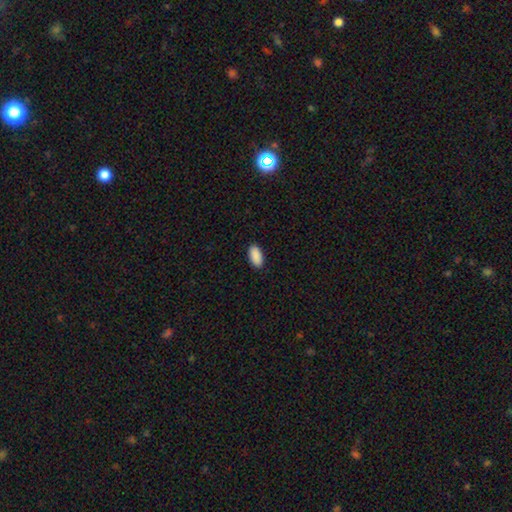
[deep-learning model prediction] A smooth galaxy with no disk features (91%) that is in between round and cigar-shaped (95%). Merging: none (90%).